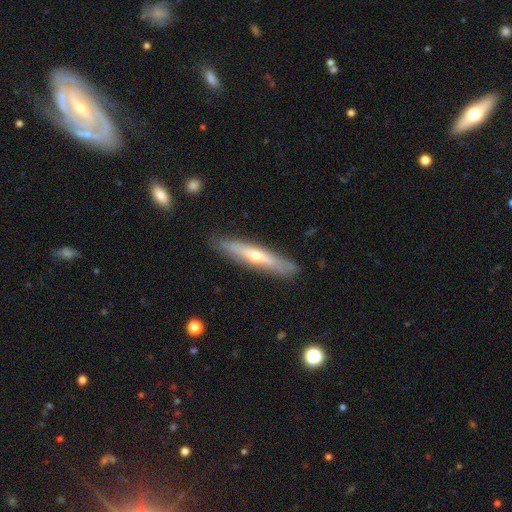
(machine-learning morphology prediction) This is possibly a featured or disk galaxy (53%). It is clearly viewed edge-on (85%). Merging: clearly none (86%).